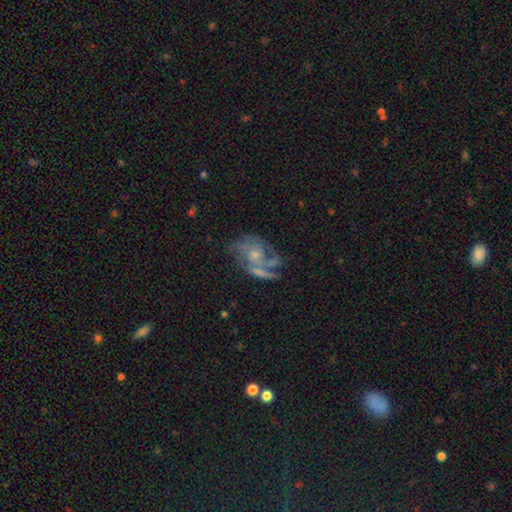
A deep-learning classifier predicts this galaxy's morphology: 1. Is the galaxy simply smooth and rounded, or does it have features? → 74% featured or disk, 16% smooth, 10% star or artifact.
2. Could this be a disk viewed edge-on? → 97% no, 3% yes.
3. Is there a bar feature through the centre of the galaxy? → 75% no, 21% weak, 4% strong.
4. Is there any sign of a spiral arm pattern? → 84% yes, 16% no.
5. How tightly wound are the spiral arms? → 43% medium, 37% tight, 20% loose.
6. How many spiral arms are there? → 32% can't tell, 29% 2, 21% 3, 7% 1, 7% 4, 5% more than 4.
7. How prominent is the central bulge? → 64% small, 28% moderate, 5% none, 2% large, 1% dominant.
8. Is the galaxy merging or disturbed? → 44% none, 20% minor disturbance, 19% major disturbance, 17% merger.